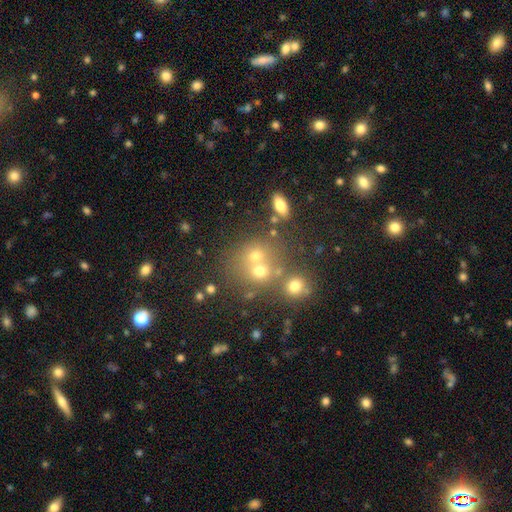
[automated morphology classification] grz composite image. It shows a smooth galaxy with no disk features (65%) that is round (70%). Merging: none (46%).